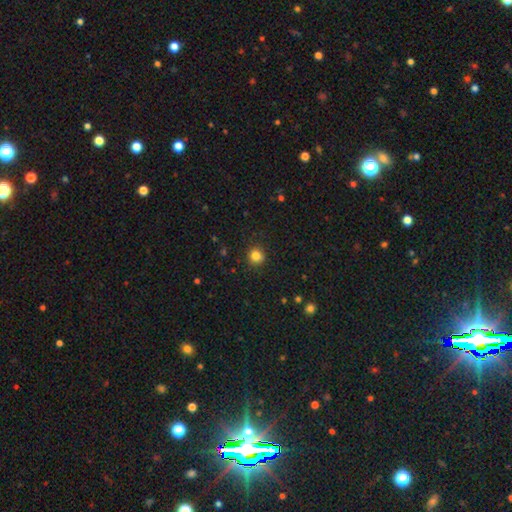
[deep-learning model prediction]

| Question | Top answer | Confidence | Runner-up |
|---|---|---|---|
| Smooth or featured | smooth | 83% | star or artifact (12%) |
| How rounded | round | 90% | in between (9%) |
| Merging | none | 90% | minor disturbance (7%) |